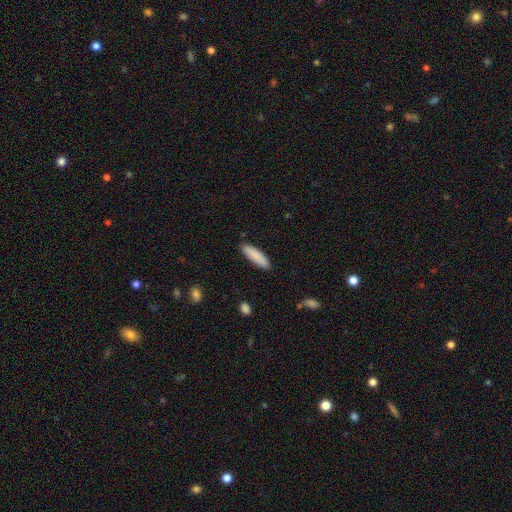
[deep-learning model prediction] smooth_or_featured: smooth (p=0.87) [alt: featured or disk p=0.07]
how_rounded: cigar-shaped (p=0.66) [alt: in between p=0.32]
merging: none (p=0.89) [alt: minor disturbance p=0.08]